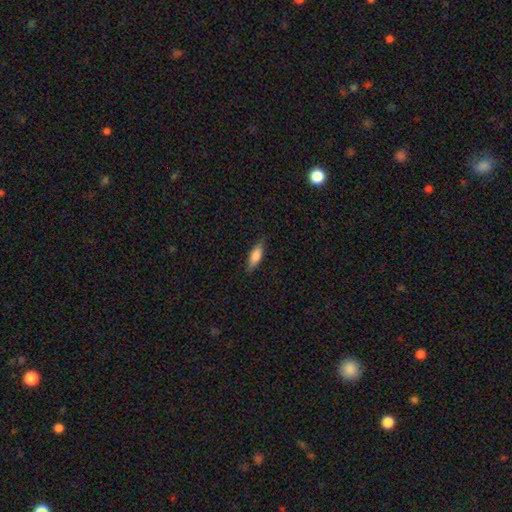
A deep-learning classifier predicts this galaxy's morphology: Smooth or featured? Predicted: smooth (p=0.80). How rounded? Predicted: in between (p=0.62). Merging? Predicted: none (p=0.79).